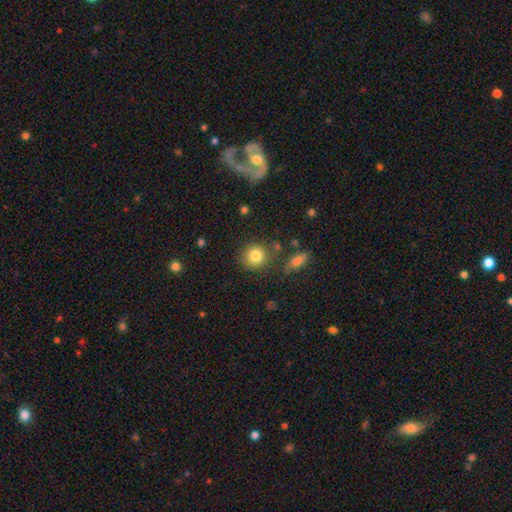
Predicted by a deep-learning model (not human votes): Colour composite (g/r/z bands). It shows a smooth galaxy with no disk features (82%) that is round (87%). Merging: none (79%).